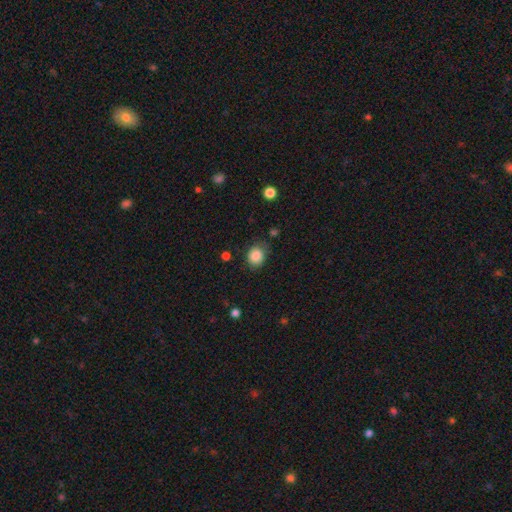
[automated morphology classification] Overall: smooth (86%). How rounded: round (59%; in between 40%). Merging: none (75%).